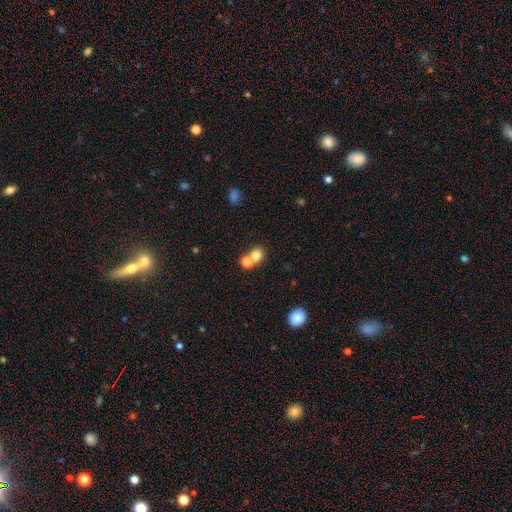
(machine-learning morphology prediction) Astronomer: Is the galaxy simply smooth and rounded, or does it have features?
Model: smooth — 77%.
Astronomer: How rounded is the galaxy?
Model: round — 77%.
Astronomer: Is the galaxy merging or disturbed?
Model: merger — 48% (runner-up: none, 43%).